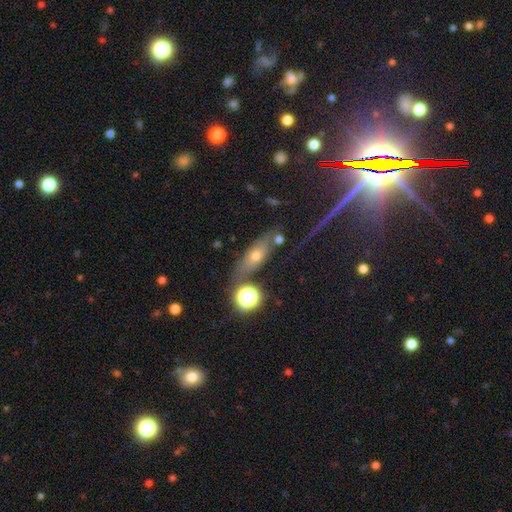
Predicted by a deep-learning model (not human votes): Smooth or featured? smooth (47%)
Merging? none (72%)